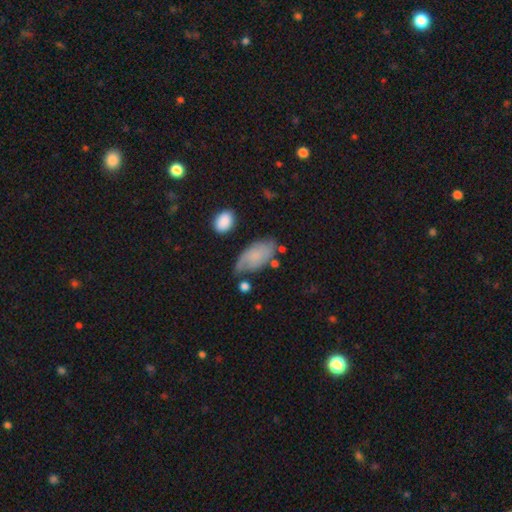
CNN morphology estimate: The model was most divided on "merging": none: 52%, minor disturbance: 31%, major disturbance: 10%, merger: 6%. More confident: how rounded — in between (92%); smooth or featured — smooth (60%).